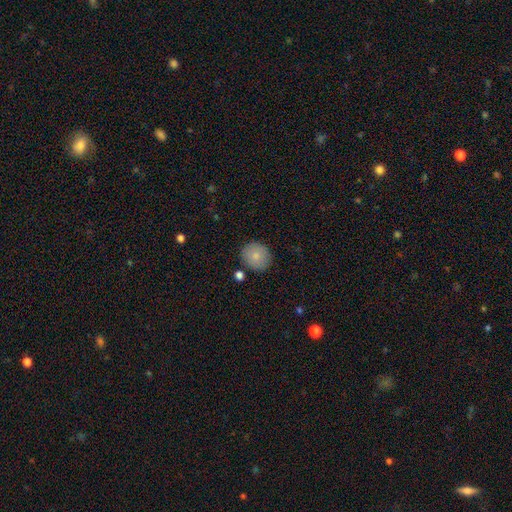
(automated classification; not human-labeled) This appears to be a smooth galaxy with no disk features (82%) that is round (88%). Merging: none (85%).